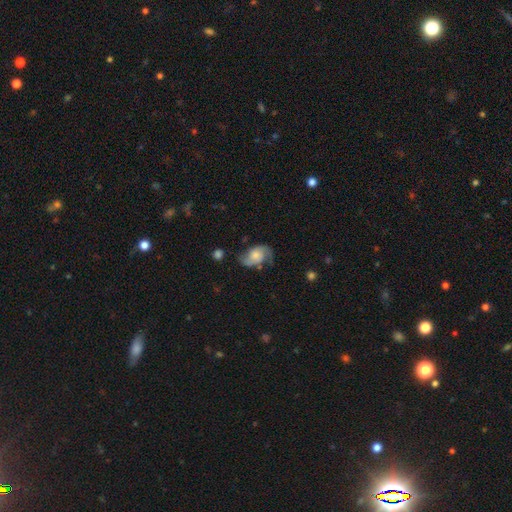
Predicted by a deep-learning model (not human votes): Overall: featured or disk (66%; smooth 26%). Edge-on disk: no (97%). Bar: no (68%). Spiral arms: yes (91%). Spiral arm count: 2 (87%). Spiral winding: medium (42%; loose 41%). Bulge size: moderate (36%; small 28%). Merging: none (60%; minor disturbance 24%).